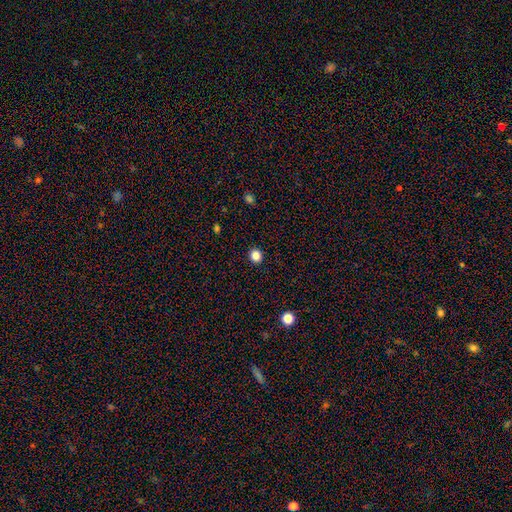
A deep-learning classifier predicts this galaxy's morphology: A smooth galaxy with no disk features (85%) that is round (89%).

Vote fractions:
- Smooth or featured? smooth: 85% / star or artifact: 12% / featured or disk: 3%
- How rounded? round: 89% / in between: 10% / cigar-shaped: 1%
- Merging? none: 93% / minor disturbance: 5% / major disturbance: 2% / merger: 1%